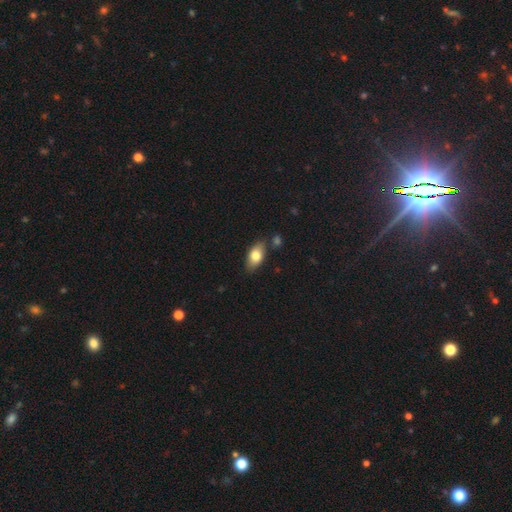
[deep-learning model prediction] Overall: smooth (78%). How rounded: in between (90%). Merging: none (79%).